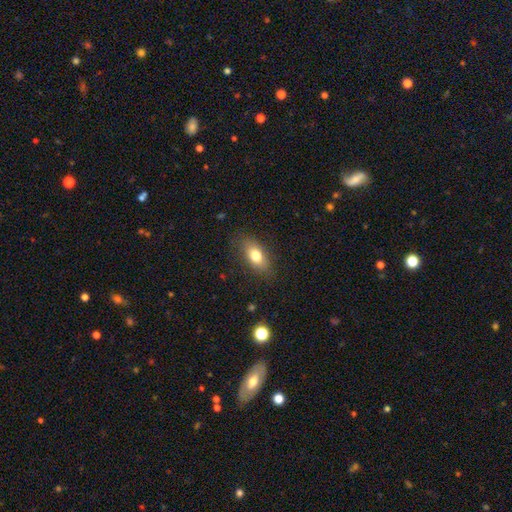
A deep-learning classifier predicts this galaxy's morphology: smooth_or_featured: smooth (p=0.77) [alt: featured or disk p=0.15]
how_rounded: in between (p=0.85) [alt: round p=0.07]
merging: none (p=0.81) [alt: minor disturbance p=0.14]